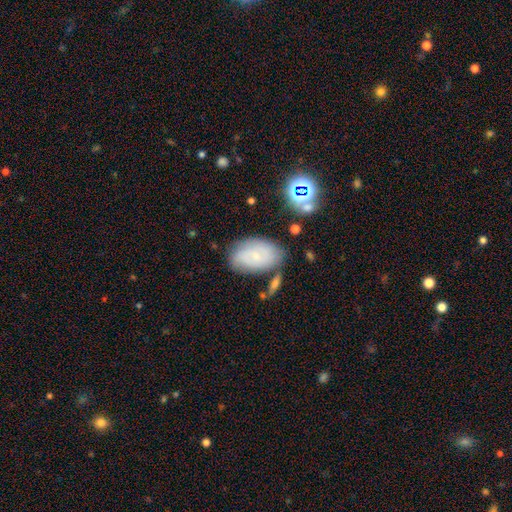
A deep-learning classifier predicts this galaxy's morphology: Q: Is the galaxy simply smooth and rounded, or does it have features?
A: smooth — 51%.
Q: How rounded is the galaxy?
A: in between — 91%.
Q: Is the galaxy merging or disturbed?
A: none — 65%.